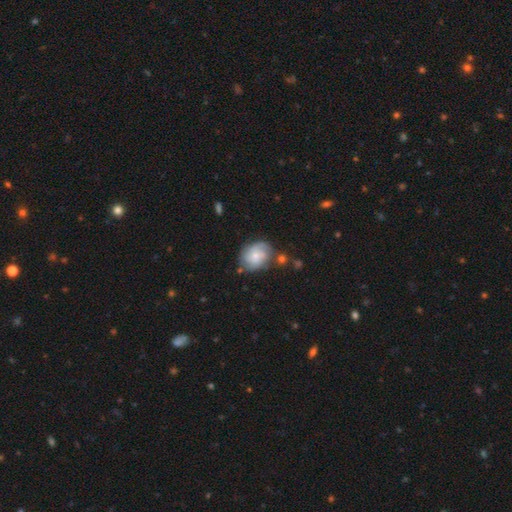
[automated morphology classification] This is possibly a featured or disk galaxy (49%). Merging: likely none (62%).